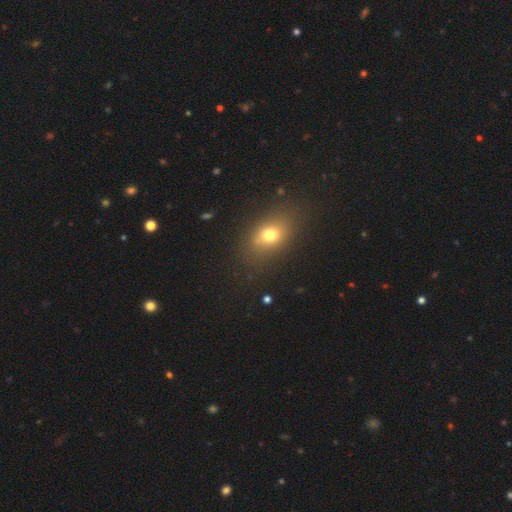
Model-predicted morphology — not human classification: A smooth galaxy with no disk features (64%) that is in between round and cigar-shaped (68%). Merging: none (88%).